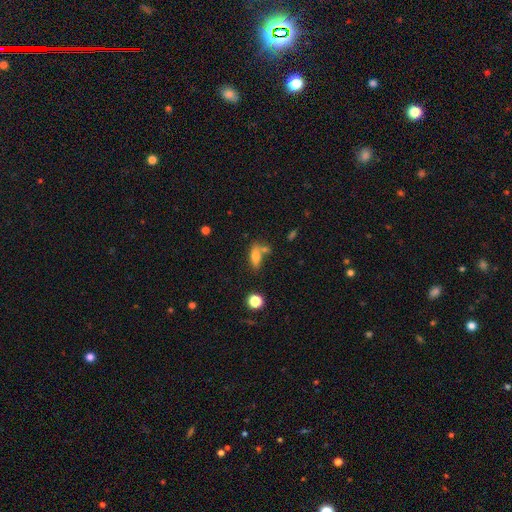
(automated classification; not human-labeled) smooth_or_featured: smooth (p=0.69) [alt: featured or disk p=0.20]
how_rounded: in between (p=0.69) [alt: cigar-shaped p=0.26]
merging: none (p=0.54) [alt: merger p=0.24]